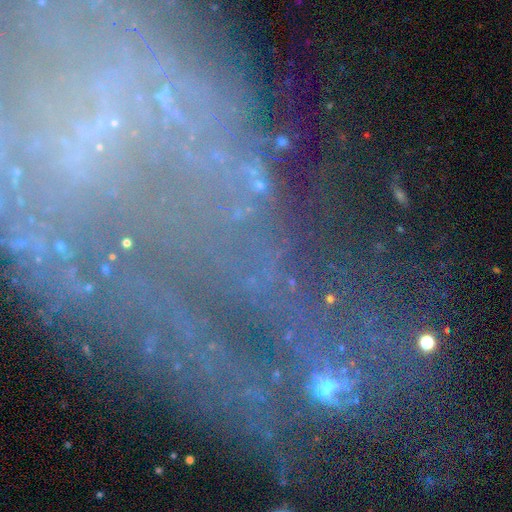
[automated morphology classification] The model was most divided on "smooth or featured": star or artifact: 50%, featured or disk: 36%, smooth: 15%.